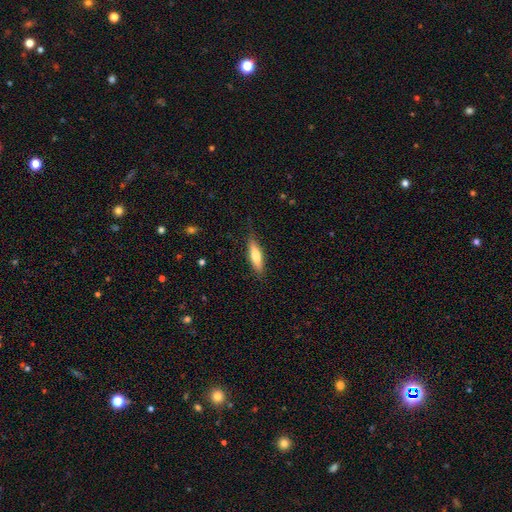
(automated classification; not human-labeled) smooth 70%, featured or disk 25%, star or artifact 6%. Down the decision tree: how rounded — cigar-shaped (66%); merging — none (83%).